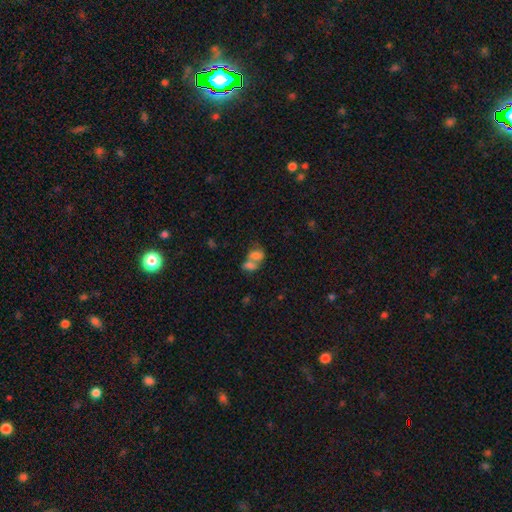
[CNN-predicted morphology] smooth_or_featured: smooth (p=0.70) [alt: featured or disk p=0.18]
how_rounded: in between (p=0.81) [alt: round p=0.16]
merging: merger (p=0.69) [alt: none p=0.17]